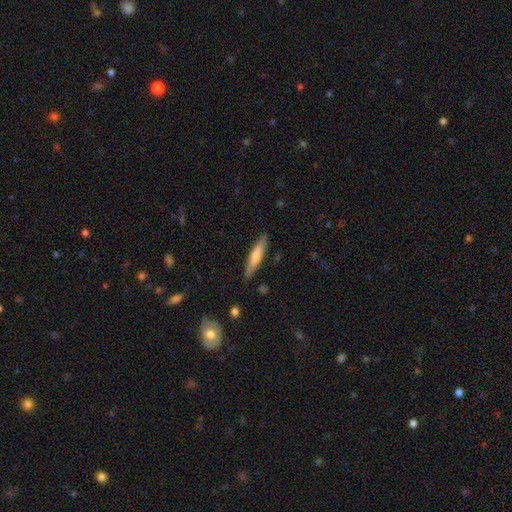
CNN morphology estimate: smooth_or_featured: smooth (p=0.61) [alt: featured or disk p=0.34]
how_rounded: cigar-shaped (p=0.88) [alt: in between p=0.10]
merging: none (p=0.88) [alt: minor disturbance p=0.09]